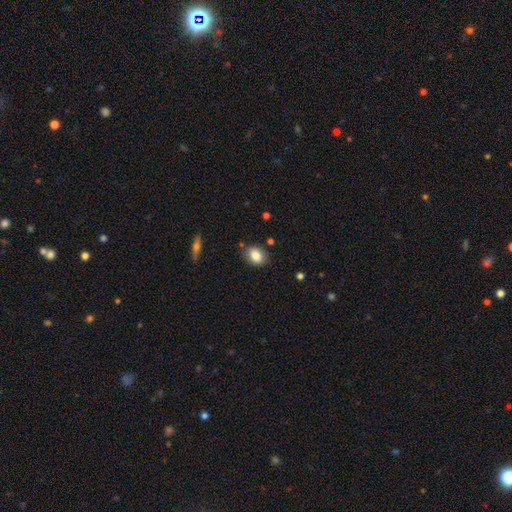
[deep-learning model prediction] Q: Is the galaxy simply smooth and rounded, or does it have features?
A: smooth — 84%.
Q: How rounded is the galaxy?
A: in between — 68%.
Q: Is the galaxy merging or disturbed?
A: none — 81%.